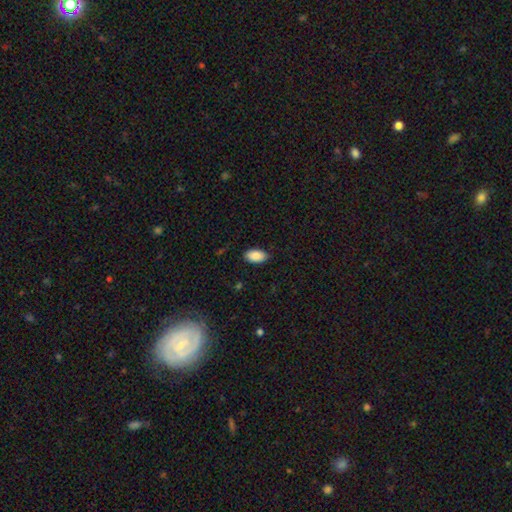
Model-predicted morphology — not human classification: A smooth galaxy with no disk features (89%) that is in between round and cigar-shaped (95%). Merging: none (87%).